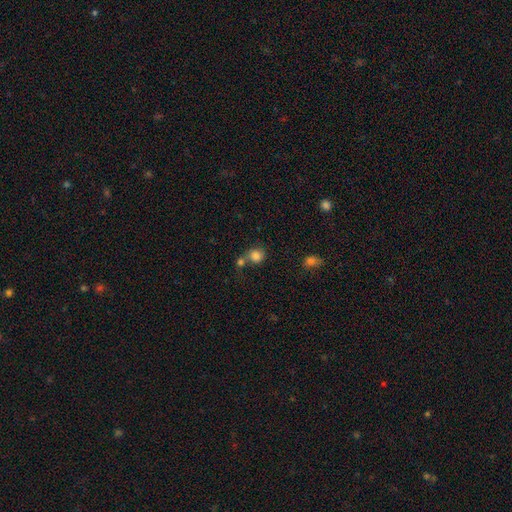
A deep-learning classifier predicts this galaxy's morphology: Smooth or featured? smooth (83%)
How rounded? round (79%)
Merging? none (48%)